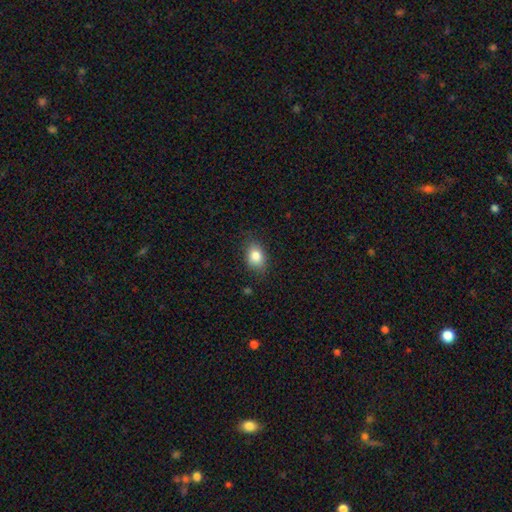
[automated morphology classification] This is clearly a smooth galaxy (83%). How rounded: likely in between (76%). Merging: clearly none (80%).